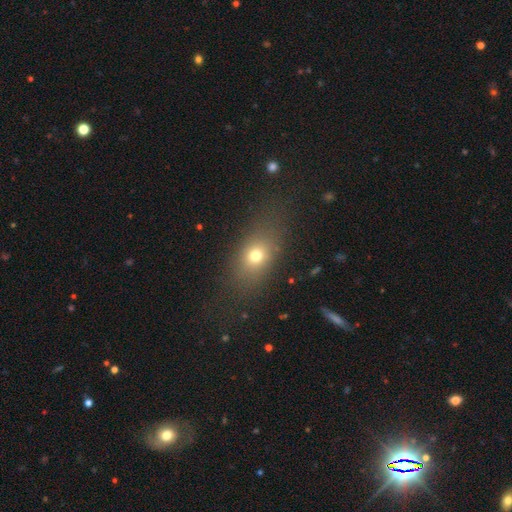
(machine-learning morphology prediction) A smooth galaxy with no disk features (71%) that is in between round and cigar-shaped (65%).

Vote fractions:
- Smooth or featured? smooth: 71% / star or artifact: 16% / featured or disk: 14%
- How rounded? in between: 65% / round: 31% / cigar-shaped: 4%
- Merging? none: 73% / minor disturbance: 14% / major disturbance: 10% / merger: 3%